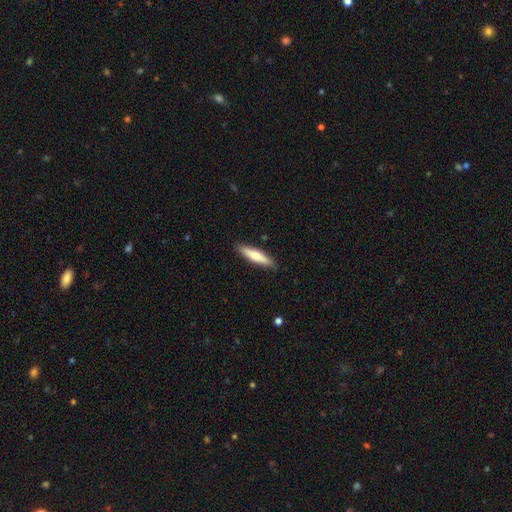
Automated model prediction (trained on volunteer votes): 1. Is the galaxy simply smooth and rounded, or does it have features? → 67% smooth, 28% featured or disk, 5% star or artifact.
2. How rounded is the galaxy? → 82% cigar-shaped, 17% in between, 1% round.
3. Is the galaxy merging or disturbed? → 89% none, 8% minor disturbance, 2% major disturbance, 1% merger.